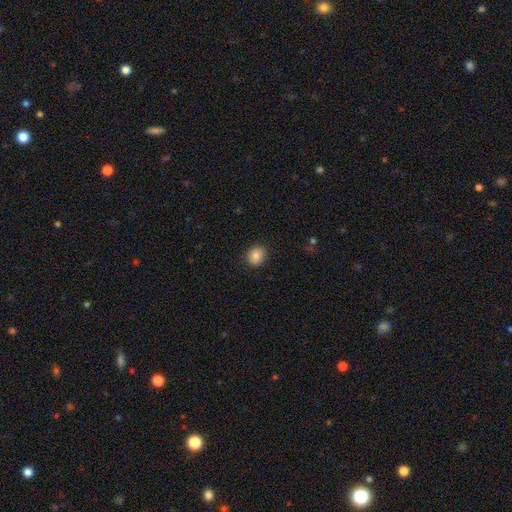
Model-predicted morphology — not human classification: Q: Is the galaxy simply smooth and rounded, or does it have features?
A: smooth — 85%.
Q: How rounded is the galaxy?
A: round — 62%.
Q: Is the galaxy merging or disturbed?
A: none — 89%.